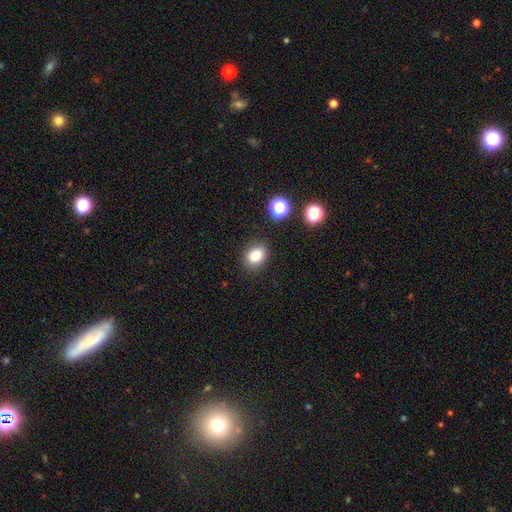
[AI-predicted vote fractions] A smooth galaxy with no disk features (82%) that is in between round and cigar-shaped (58%).

Vote fractions:
- Smooth or featured? smooth: 82% / star or artifact: 12% / featured or disk: 6%
- How rounded? in between: 58% / round: 41% / cigar-shaped: 1%
- Merging? none: 86% / minor disturbance: 9% / major disturbance: 3% / merger: 2%